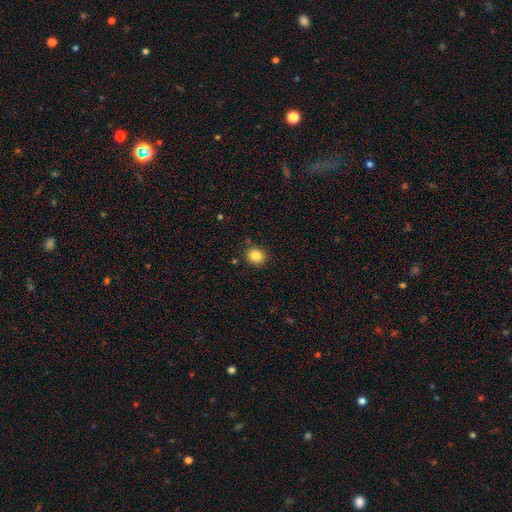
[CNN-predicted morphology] This is clearly a smooth galaxy (84%). How rounded: likely round (73%). Merging: clearly none (86%).